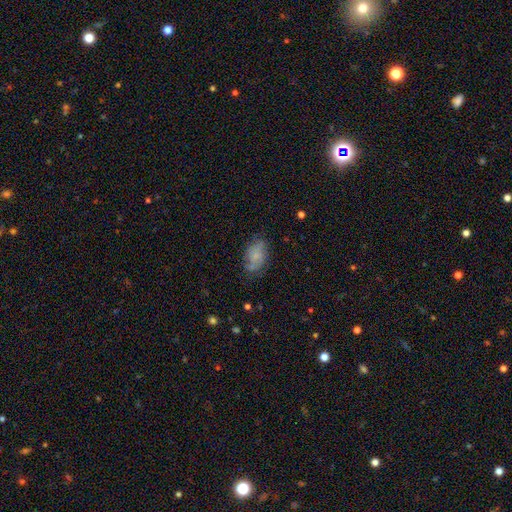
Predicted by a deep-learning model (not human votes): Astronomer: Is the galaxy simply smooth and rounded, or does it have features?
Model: smooth — 63%.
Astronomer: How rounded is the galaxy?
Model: in between — 90%.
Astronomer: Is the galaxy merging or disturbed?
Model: none — 62%.